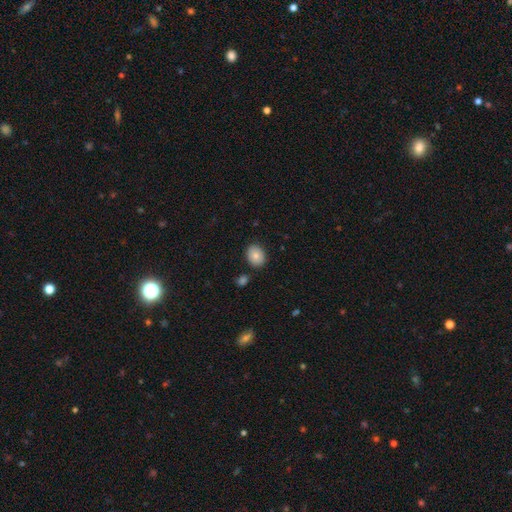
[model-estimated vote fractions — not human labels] Smooth or featured? Predicted: smooth (p=0.80). How rounded? Predicted: in between (p=0.52). Merging? Predicted: none (p=0.84).